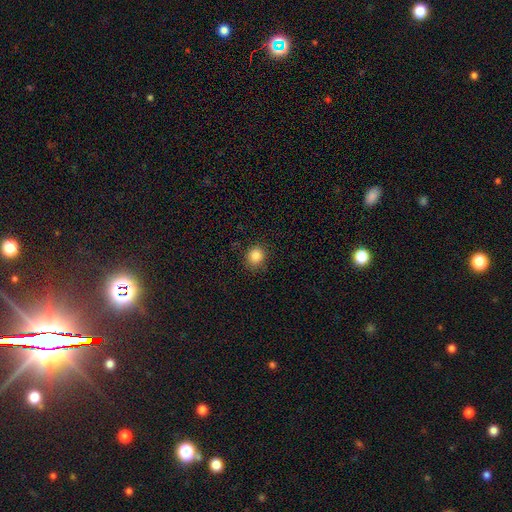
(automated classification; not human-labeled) A smooth galaxy with no disk features (85%) that is round (78%).

Vote fractions:
- Smooth or featured? smooth: 85% / star or artifact: 11% / featured or disk: 4%
- How rounded? round: 78% / in between: 21% / cigar-shaped: 1%
- Merging? none: 86% / minor disturbance: 10% / major disturbance: 3% / merger: 1%